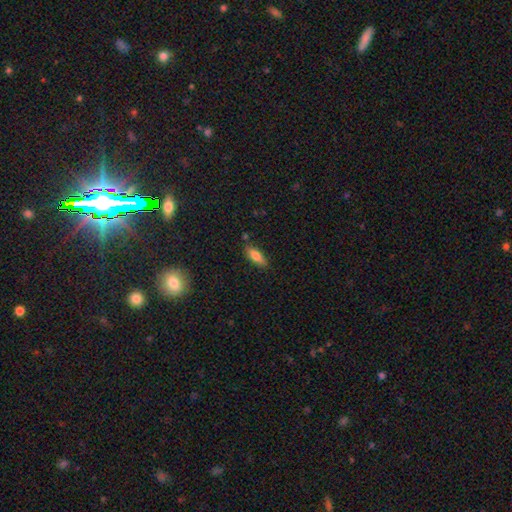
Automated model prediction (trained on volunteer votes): Overall: smooth (77%). How rounded: in between (66%; cigar-shaped 32%). Merging: none (78%).